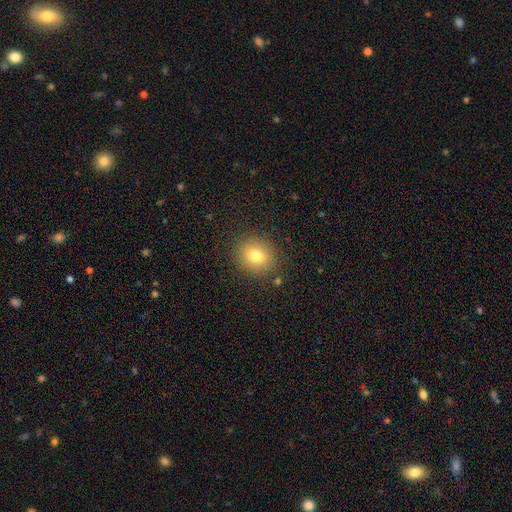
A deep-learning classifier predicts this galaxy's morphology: smooth-or-featured: smooth: 77% | star or artifact: 12% | featured or disk: 11%
  how-rounded: round: 75% | in between: 24% | cigar-shaped: 1%
  merging: none: 88% | minor disturbance: 8% | major disturbance: 3% | merger: 1%